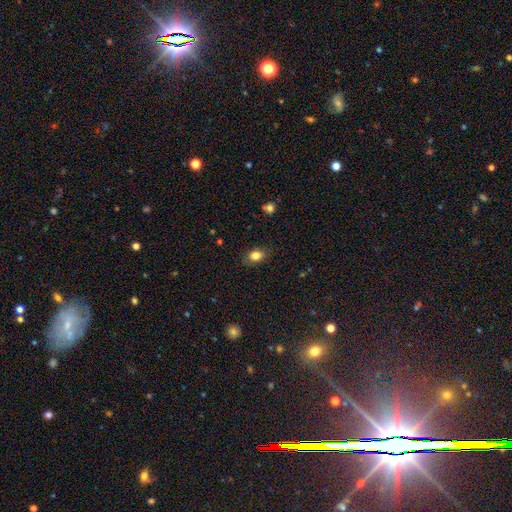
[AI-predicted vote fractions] smooth 82%, star or artifact 10%, featured or disk 8%. Down the decision tree: how rounded — in between (79%); merging — none (83%).